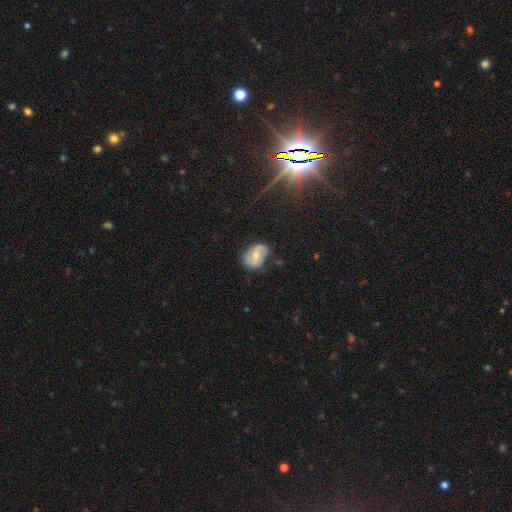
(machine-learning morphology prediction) Overall: featured or disk (56%; smooth 36%). Edge-on disk: no (96%). Bar: weak (42%; no 39%). Spiral arms: yes (68%; no 32%). Bulge size: moderate (62%; small 32%). Merging: none (65%; minor disturbance 26%).